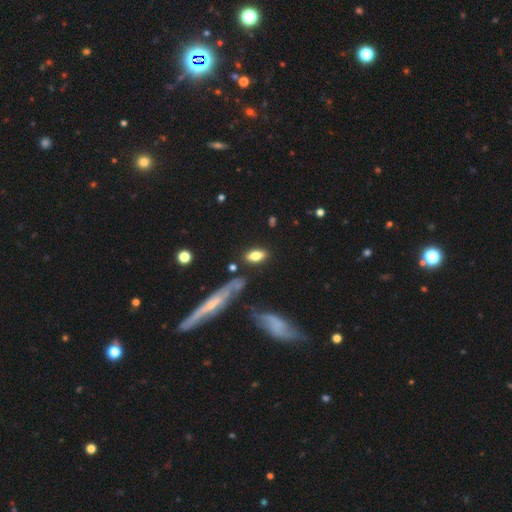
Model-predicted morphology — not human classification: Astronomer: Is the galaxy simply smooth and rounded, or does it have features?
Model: smooth — 75%.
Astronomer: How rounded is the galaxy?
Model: in between — 84%.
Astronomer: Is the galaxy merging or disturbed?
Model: none — 78%.